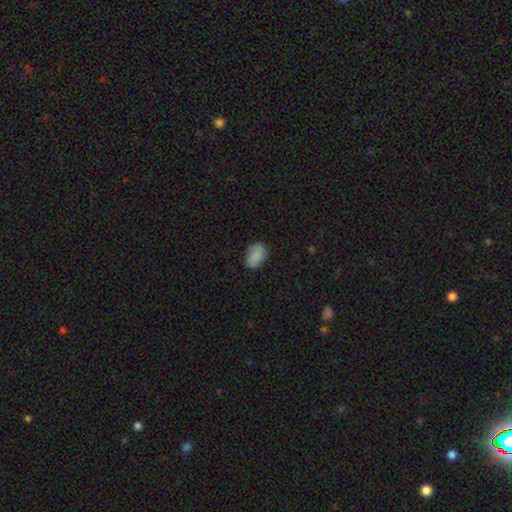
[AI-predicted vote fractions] This appears to be a smooth galaxy with no disk features (84%) that is in between round and cigar-shaped (83%). Merging: none (81%).